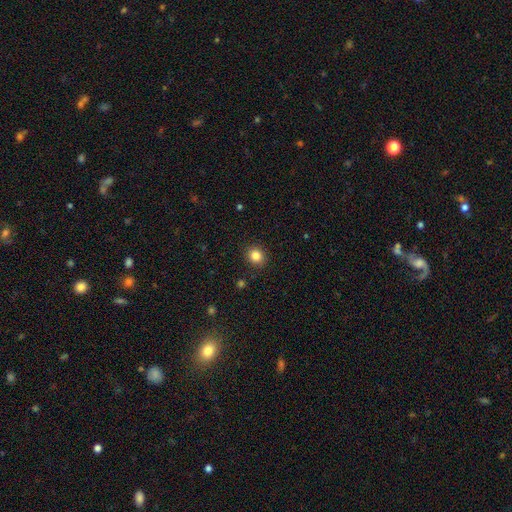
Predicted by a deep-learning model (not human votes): The model was most divided on "how rounded": round: 79%, in between: 20%, cigar-shaped: 1%. More confident: merging — none (90%); smooth or featured — smooth (84%).